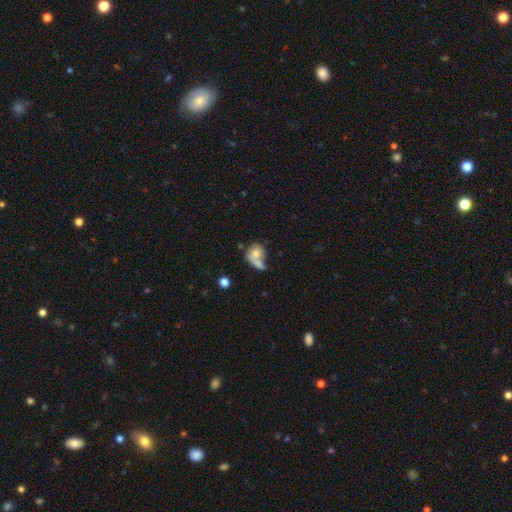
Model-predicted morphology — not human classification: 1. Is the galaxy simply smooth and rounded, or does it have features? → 69% smooth, 22% featured or disk, 8% star or artifact.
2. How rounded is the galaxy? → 60% round, 38% in between, 2% cigar-shaped.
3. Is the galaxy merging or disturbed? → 52% merger, 27% none, 11% minor disturbance, 9% major disturbance.